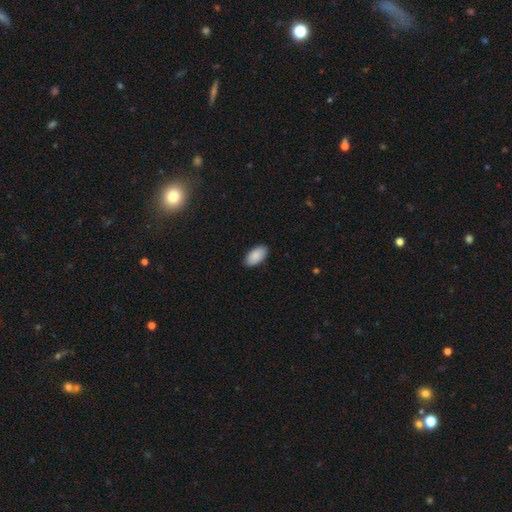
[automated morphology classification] Q: Smooth or featured?
A: smooth (90%); runner-up: star or artifact (6%)
Q: How rounded?
A: in between (96%); runner-up: round (2%)
Q: Merging?
A: none (89%); runner-up: minor disturbance (8%)